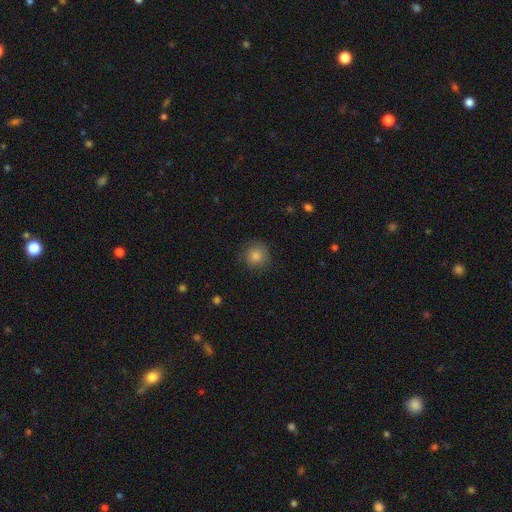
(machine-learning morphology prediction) type=smooth (82%); roundness=round (93%); merging=none (87%).